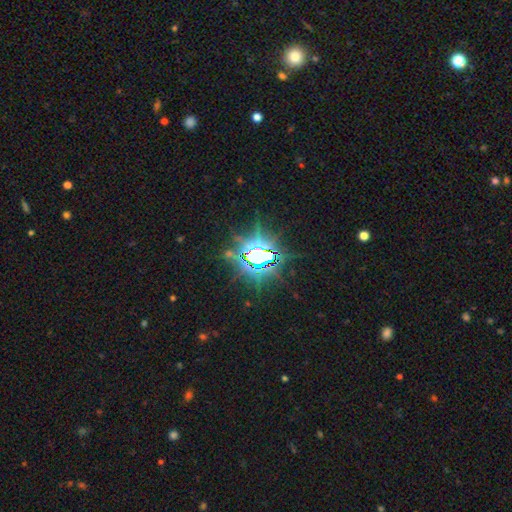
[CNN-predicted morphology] Smooth or featured?
  - star or artifact: 81% *
  - featured or disk: 11%
  - smooth: 9%